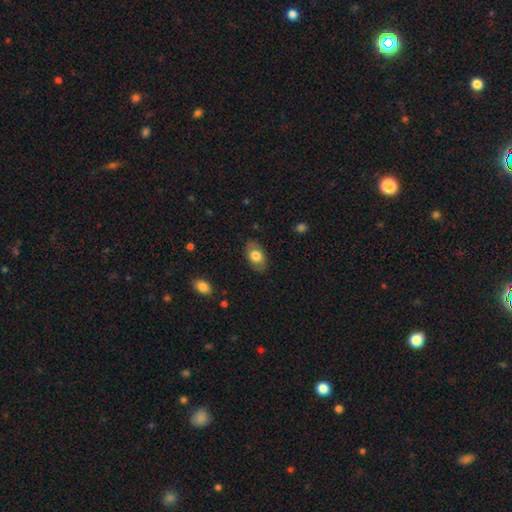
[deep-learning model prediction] The model was most divided on "smooth or featured": smooth: 74%, featured or disk: 19%, star or artifact: 7%. More confident: how rounded — in between (89%); merging — none (82%).